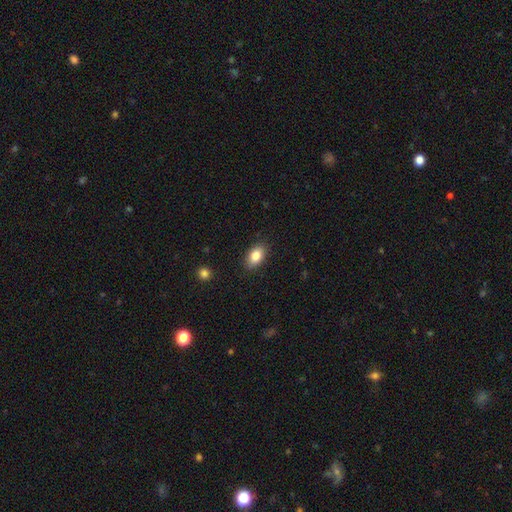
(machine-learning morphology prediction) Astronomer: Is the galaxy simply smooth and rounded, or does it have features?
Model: smooth — 84%.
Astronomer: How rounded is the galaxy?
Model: in between — 89%.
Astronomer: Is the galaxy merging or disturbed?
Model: none — 88%.